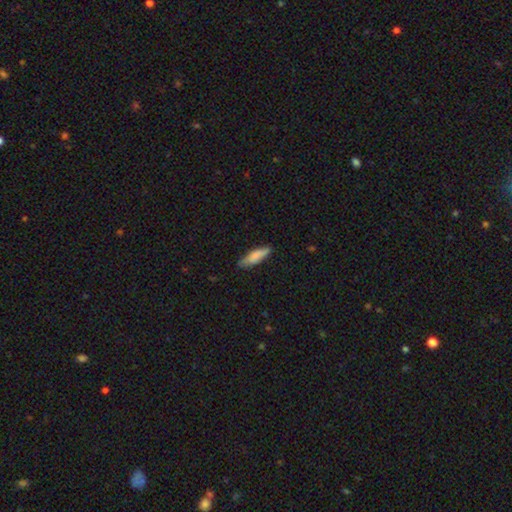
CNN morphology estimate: smooth-or-featured: smooth: 77% | featured or disk: 17% | star or artifact: 6%
  how-rounded: cigar-shaped: 64% | in between: 34% | round: 2%
  merging: none: 79% | minor disturbance: 17% | major disturbance: 3% | merger: 1%